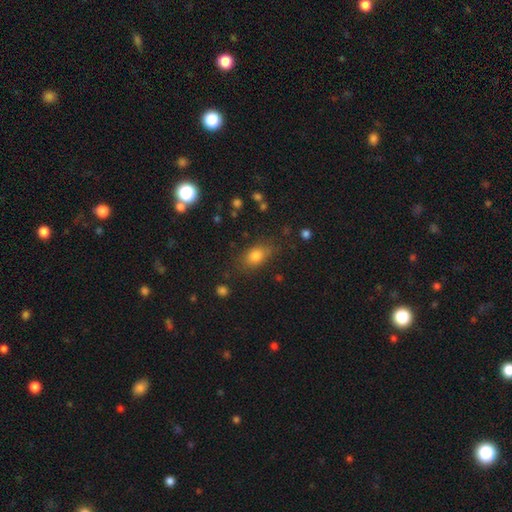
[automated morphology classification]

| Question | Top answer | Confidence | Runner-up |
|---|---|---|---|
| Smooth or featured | smooth | 78% | star or artifact (13%) |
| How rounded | in between | 73% | round (23%) |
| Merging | none | 76% | minor disturbance (16%) |